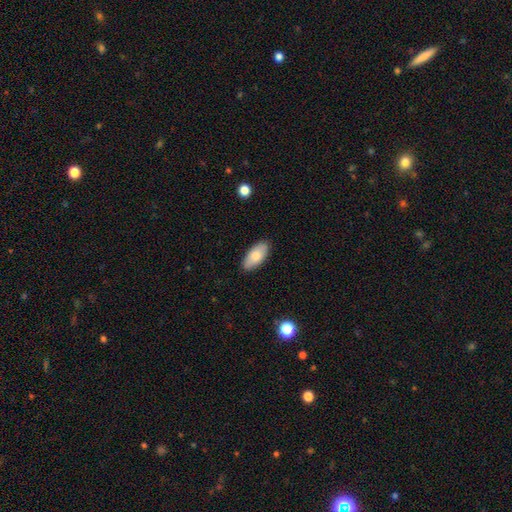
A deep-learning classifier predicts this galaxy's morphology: Smooth or featured: smooth — 79% (featured or disk — 15%)
How rounded: in between — 92% (cigar-shaped — 6%)
Merging: none — 88% (minor disturbance — 10%)